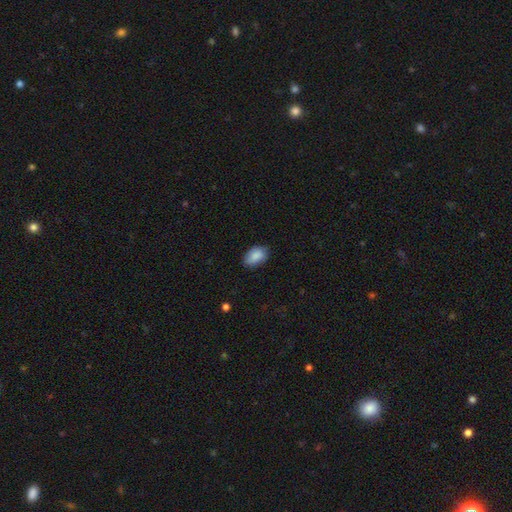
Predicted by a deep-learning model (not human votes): Smooth or featured: smooth — 88% (star or artifact — 7%)
How rounded: in between — 90% (round — 8%)
Merging: none — 78% (minor disturbance — 18%)